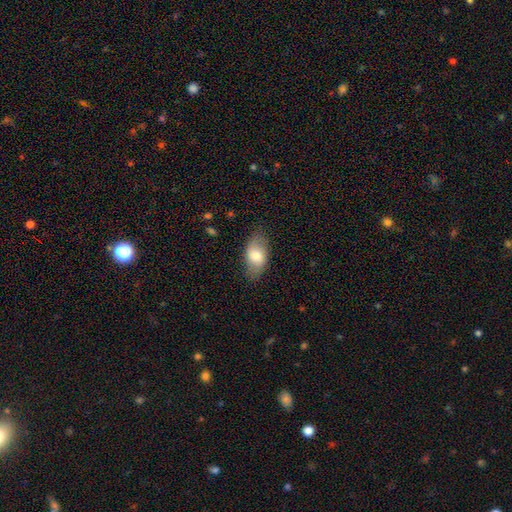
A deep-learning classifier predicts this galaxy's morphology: A smooth galaxy with no disk features (71%) that is in between round and cigar-shaped (91%). Merging: none (78%).